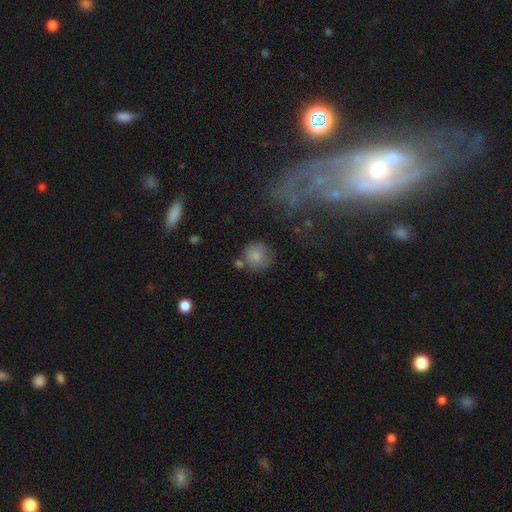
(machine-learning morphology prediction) This appears to be a smooth galaxy with no disk features (82%) that is round (92%). Merging: none (69%).